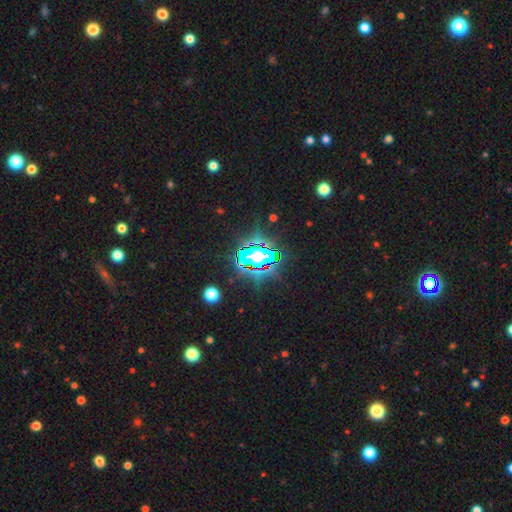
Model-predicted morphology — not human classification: star or artifact 82%, smooth 10%, featured or disk 8%.